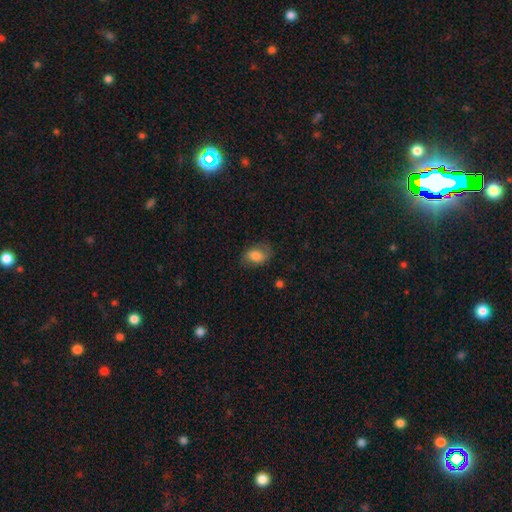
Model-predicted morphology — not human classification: Smooth or featured? Predicted: smooth (p=0.75). How rounded? Predicted: in between (p=0.84). Merging? Predicted: none (p=0.68).